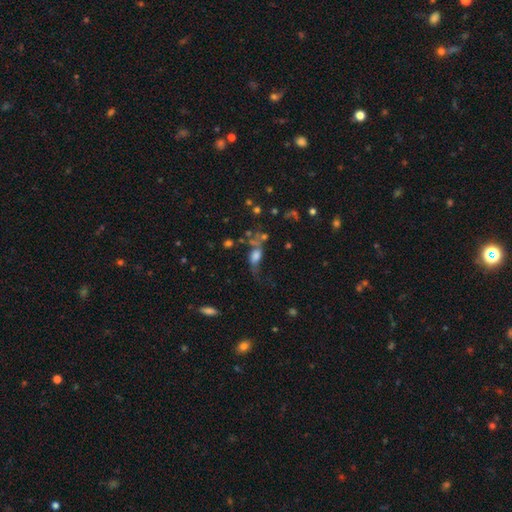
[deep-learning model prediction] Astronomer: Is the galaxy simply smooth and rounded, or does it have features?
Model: smooth — 52% (runner-up: featured or disk, 32%).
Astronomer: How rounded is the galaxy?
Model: in between — 72%.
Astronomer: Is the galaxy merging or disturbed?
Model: major disturbance — 38% (runner-up: none, 27%).